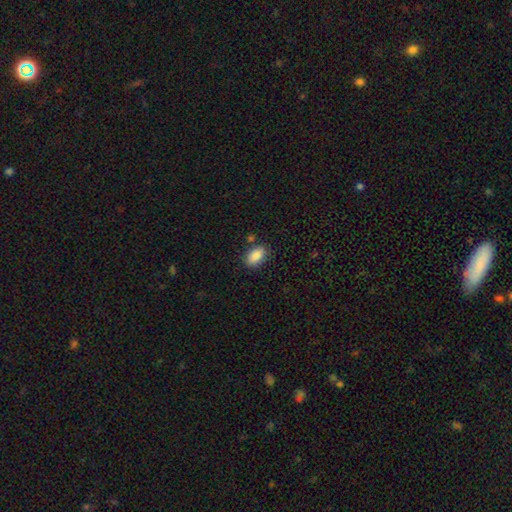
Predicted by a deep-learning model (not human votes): Morphology: type=smooth (89%); roundness=in between (91%); merging=none (80%).